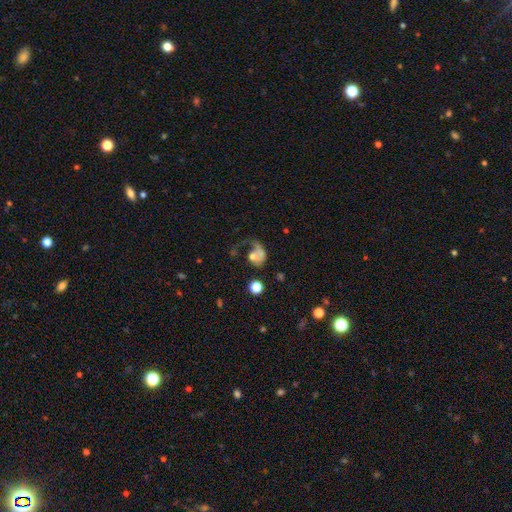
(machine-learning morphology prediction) Q: Smooth or featured?
A: smooth (53%); runner-up: featured or disk (34%)
Q: How rounded?
A: in between (53%); runner-up: round (45%)
Q: Merging?
A: major disturbance (50%); runner-up: none (22%)